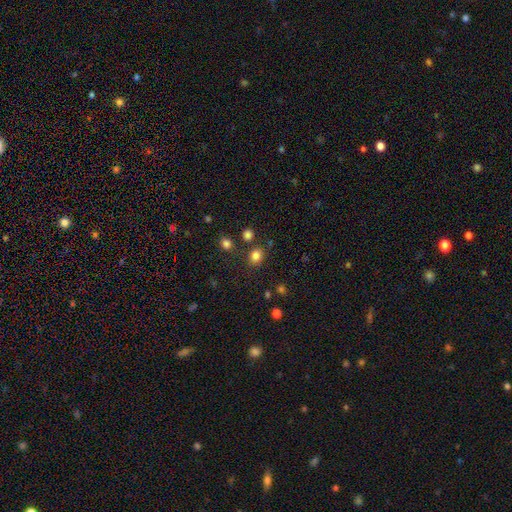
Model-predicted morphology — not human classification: Overall: smooth (82%). How rounded: round (66%; in between 33%). Merging: none (79%).